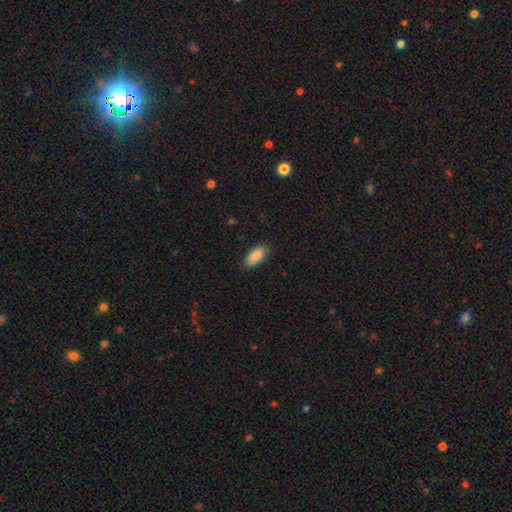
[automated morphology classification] smooth_or_featured: smooth (p=0.86) [alt: featured or disk p=0.08]
how_rounded: in between (p=0.92) [alt: cigar-shaped p=0.06]
merging: none (p=0.84) [alt: minor disturbance p=0.13]